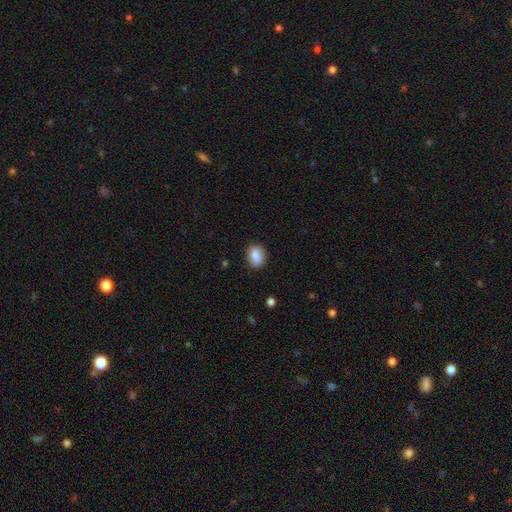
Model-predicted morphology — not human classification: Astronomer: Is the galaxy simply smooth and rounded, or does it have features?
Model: smooth — 80%.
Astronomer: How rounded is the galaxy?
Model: in between — 59% (runner-up: round, 40%).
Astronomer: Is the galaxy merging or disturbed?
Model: none — 81%.